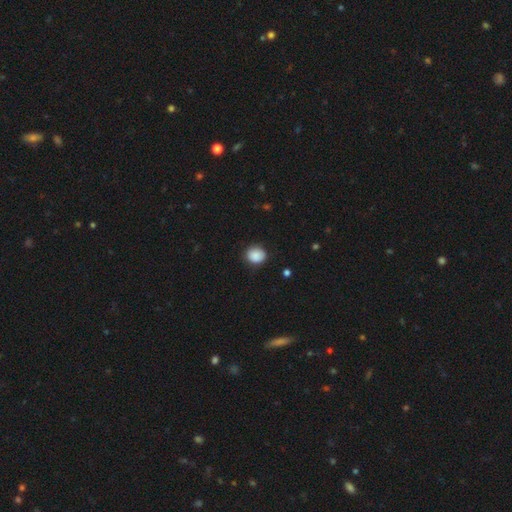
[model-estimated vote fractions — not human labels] This appears to be a smooth galaxy with no disk features (88%) that is round (79%). Merging: none (83%).